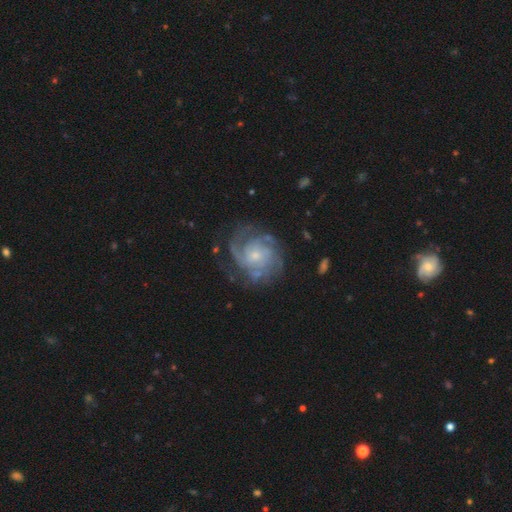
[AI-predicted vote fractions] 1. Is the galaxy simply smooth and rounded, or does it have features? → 86% featured or disk, 9% smooth, 6% star or artifact.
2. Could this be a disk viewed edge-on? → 98% no, 2% yes.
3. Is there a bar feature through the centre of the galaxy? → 73% no, 24% weak, 4% strong.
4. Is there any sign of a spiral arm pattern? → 95% yes, 5% no.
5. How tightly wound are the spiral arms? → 56% tight, 34% medium, 10% loose.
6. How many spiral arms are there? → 31% can't tell, 23% 3, 18% 2, 13% 4, 7% 1, 7% more than 4.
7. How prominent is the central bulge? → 70% small, 24% moderate, 3% none, 2% large, 1% dominant.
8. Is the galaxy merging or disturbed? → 67% none, 18% minor disturbance, 13% major disturbance, 2% merger.